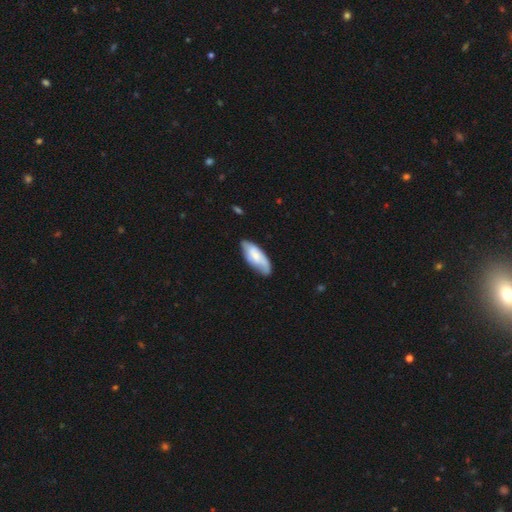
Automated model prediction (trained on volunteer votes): Smooth or featured?
  - smooth: 62% *
  - featured or disk: 32%
  - star or artifact: 6%
How rounded?
  - in between: 78% *
  - cigar-shaped: 20%
  - round: 2%
Merging?
  - none: 66% *
  - minor disturbance: 26%
  - major disturbance: 6%
  - merger: 2%